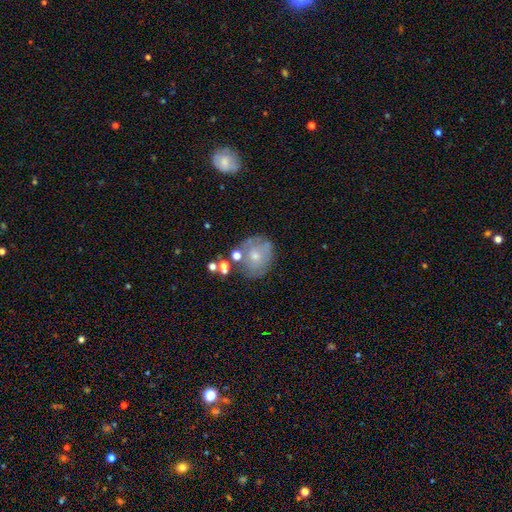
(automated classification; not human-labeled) This is possibly a smooth galaxy (51%). How rounded: likely round (72%). Merging: possibly none (55%).